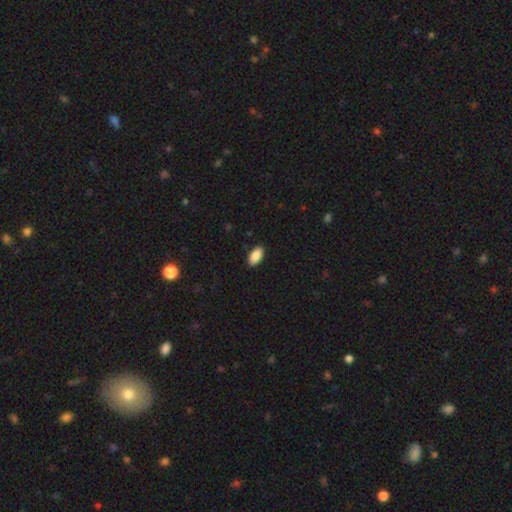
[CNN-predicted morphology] Overall: smooth (88%). How rounded: in between (94%). Merging: none (89%).